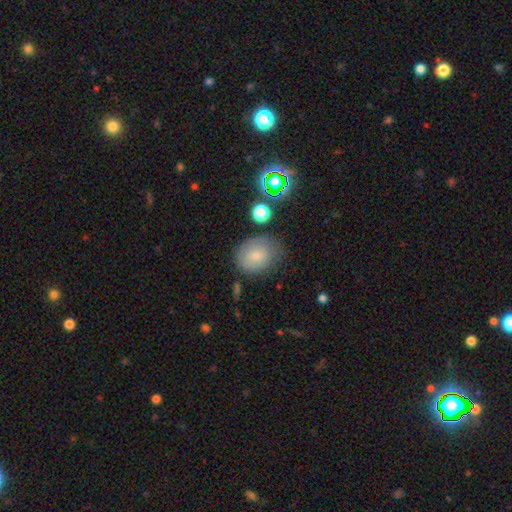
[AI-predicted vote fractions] This appears to be a smooth galaxy with no disk features (73%) that is in between round and cigar-shaped (57%). Merging: none (64%).